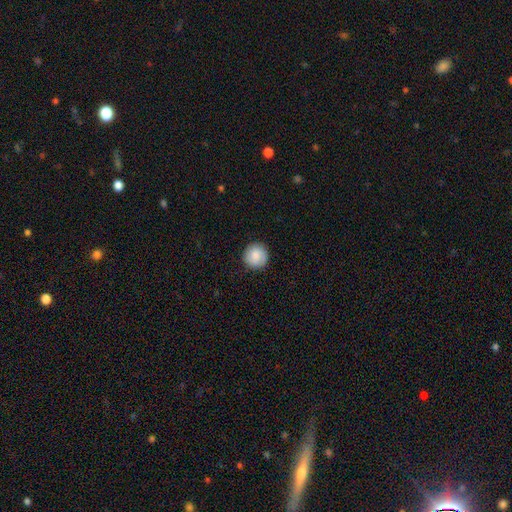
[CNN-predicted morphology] Overall: smooth (78%). How rounded: round (94%). Merging: none (89%).